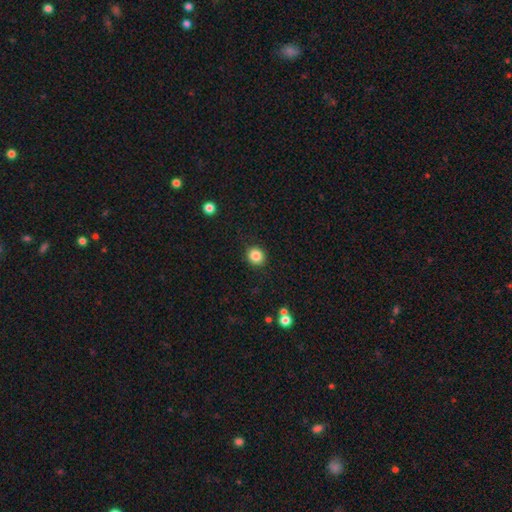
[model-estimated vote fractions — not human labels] A smooth galaxy with no disk features (86%) that is round (81%). Merging: none (90%).